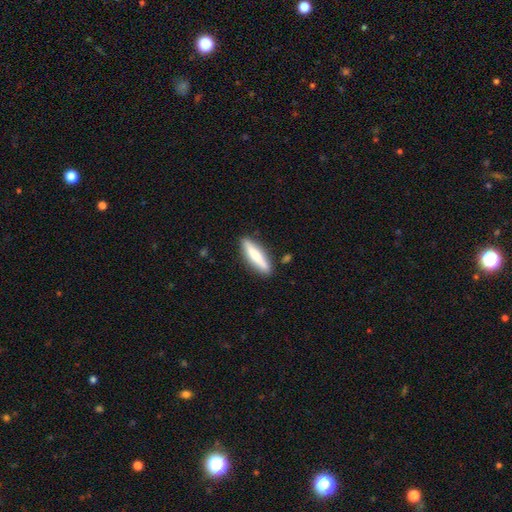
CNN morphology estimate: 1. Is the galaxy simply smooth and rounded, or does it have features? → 67% smooth, 28% featured or disk, 6% star or artifact.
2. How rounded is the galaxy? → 81% cigar-shaped, 18% in between, 2% round.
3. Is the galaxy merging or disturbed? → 87% none, 9% minor disturbance, 2% major disturbance, 2% merger.